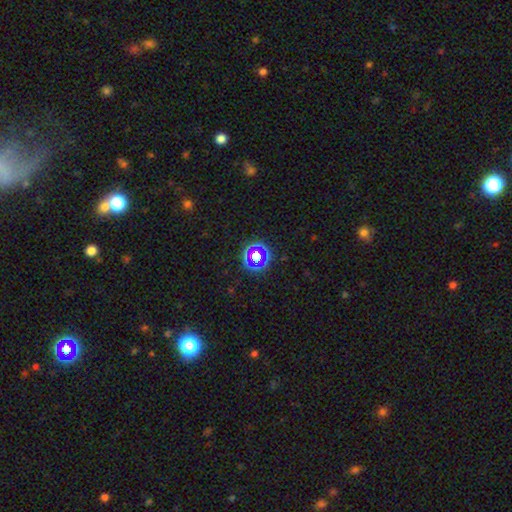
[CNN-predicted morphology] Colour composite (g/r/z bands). It shows a star or artifact, not a galaxy (58%).